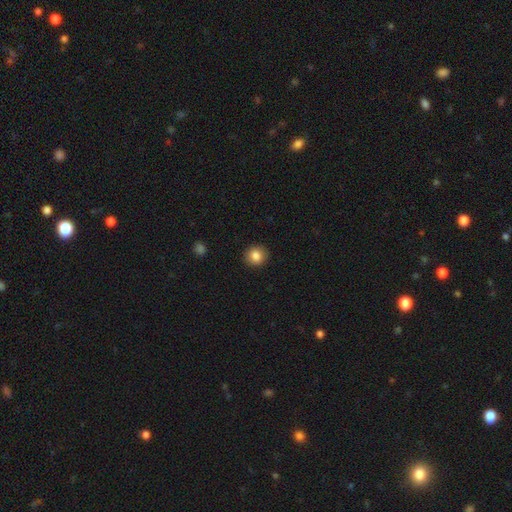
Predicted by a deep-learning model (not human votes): Overall: smooth (85%). How rounded: round (86%). Merging: none (91%).